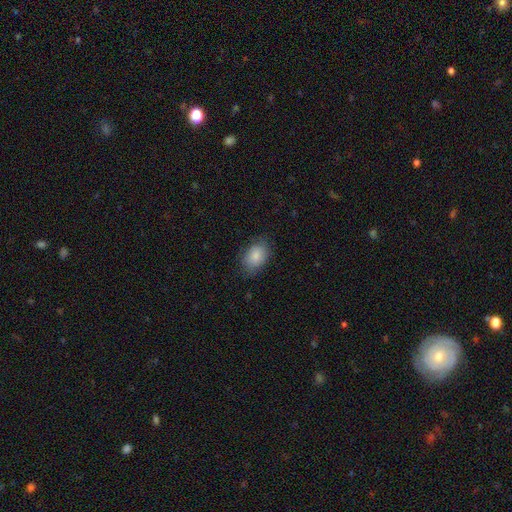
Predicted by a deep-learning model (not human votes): The model was most divided on "merging": none: 77%, minor disturbance: 18%, major disturbance: 5%, merger: 1%. More confident: smooth or featured — smooth (85%); how rounded — in between (82%).